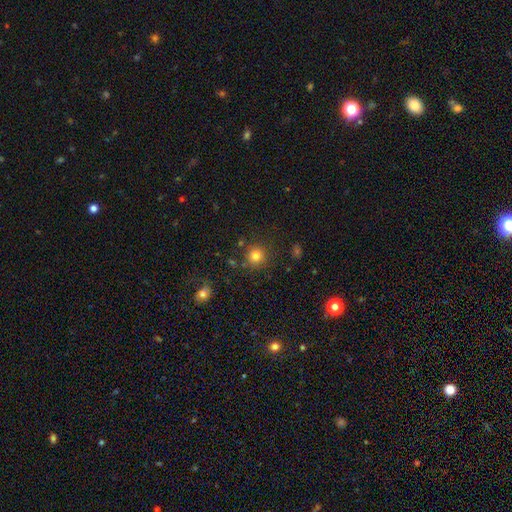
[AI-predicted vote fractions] This appears to be a smooth galaxy with no disk features (80%) that is round (93%). Merging: none (84%).